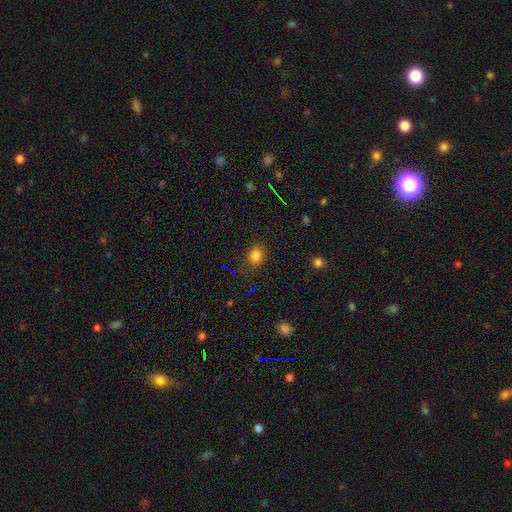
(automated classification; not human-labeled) This is likely a smooth galaxy (77%). How rounded: possibly round (59%). Merging: likely none (79%).